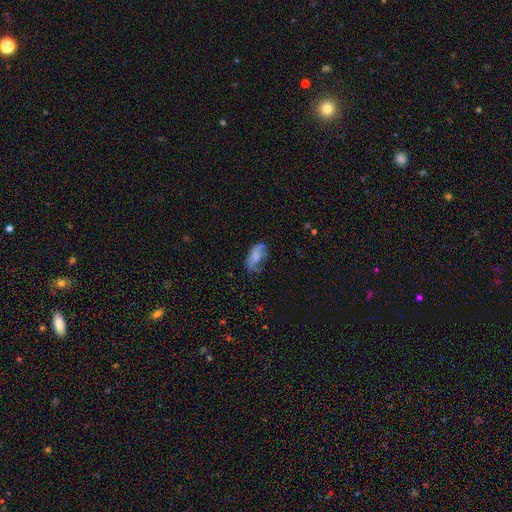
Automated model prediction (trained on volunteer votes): Smooth or featured? smooth (59%)
How rounded? in between (89%)
Merging? none (39%)